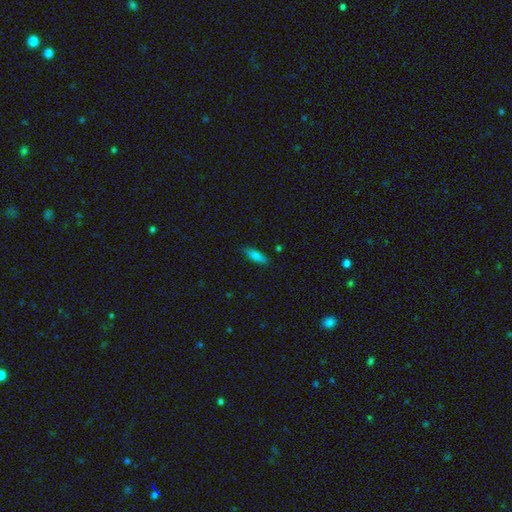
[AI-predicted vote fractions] smooth 78%, featured or disk 13%, star or artifact 8%. Down the decision tree: how rounded — in between (54%); merging — none (86%).